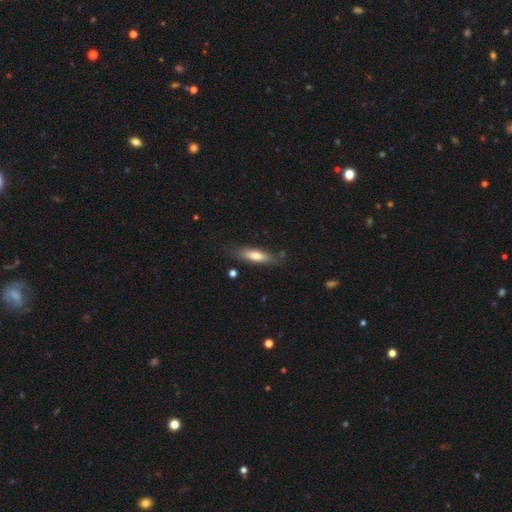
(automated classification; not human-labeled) Smooth or featured? Predicted: smooth (p=0.67). How rounded? Predicted: cigar-shaped (p=0.64). Merging? Predicted: none (p=0.76).